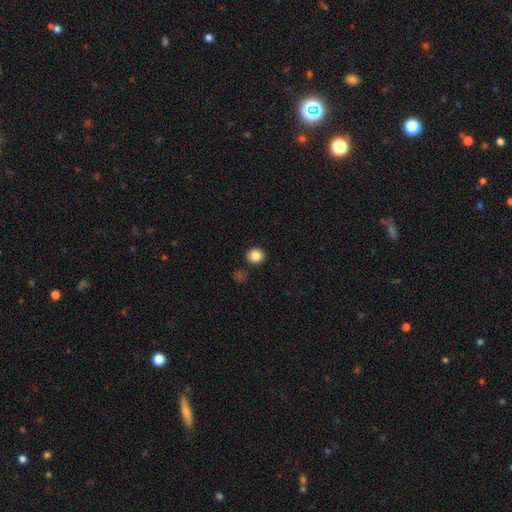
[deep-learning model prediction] Smooth or featured? smooth (85%)
How rounded? round (86%)
Merging? none (88%)